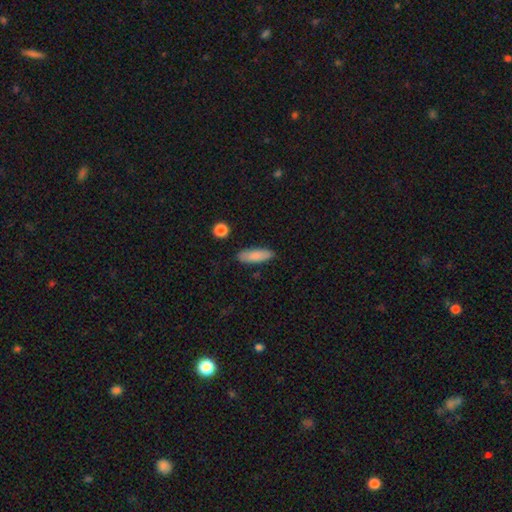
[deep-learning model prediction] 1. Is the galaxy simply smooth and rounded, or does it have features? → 85% smooth, 9% featured or disk, 6% star or artifact.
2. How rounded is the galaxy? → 58% in between, 40% cigar-shaped, 2% round.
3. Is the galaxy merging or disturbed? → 86% none, 10% minor disturbance, 2% major disturbance, 2% merger.